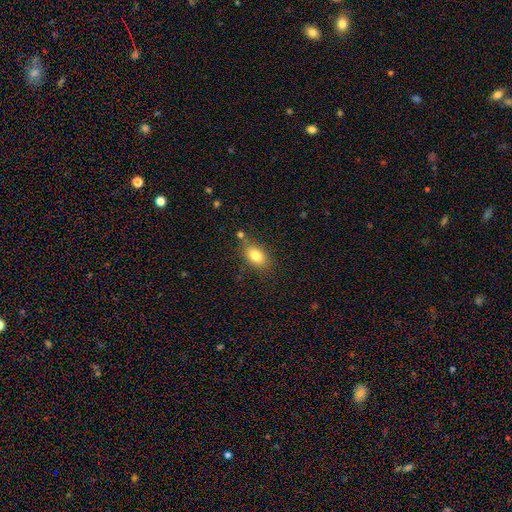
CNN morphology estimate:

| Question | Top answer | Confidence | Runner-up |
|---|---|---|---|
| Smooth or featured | smooth | 81% | featured or disk (10%) |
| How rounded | in between | 85% | round (12%) |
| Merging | none | 74% | minor disturbance (15%) |